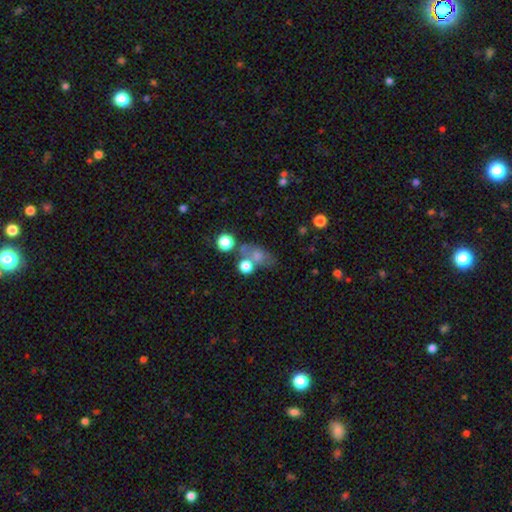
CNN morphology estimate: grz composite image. It shows a smooth galaxy with no disk features (63%) that is in between round and cigar-shaped (61%). Merging: none (40%).